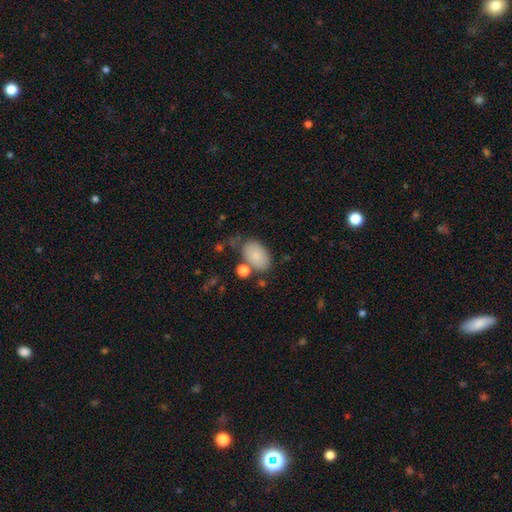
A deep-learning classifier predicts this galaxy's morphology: smooth-or-featured: smooth: 84% | featured or disk: 8% | star or artifact: 7%
  how-rounded: in between: 91% | round: 8% | cigar-shaped: 1%
  merging: none: 65% | minor disturbance: 18% | merger: 10% | major disturbance: 7%